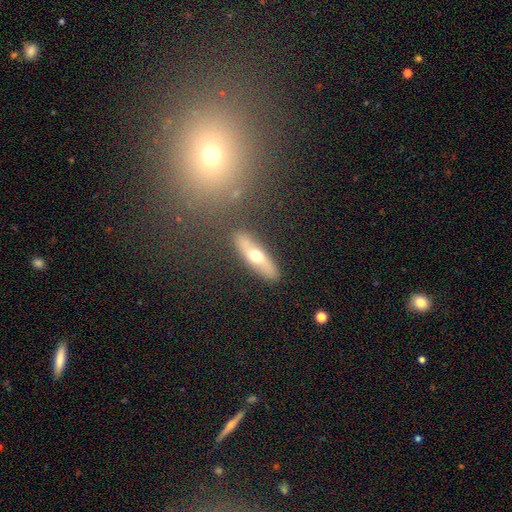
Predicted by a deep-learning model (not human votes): Smooth or featured? Predicted: smooth (p=0.51). How rounded? Predicted: cigar-shaped (p=0.58). Merging? Predicted: none (p=0.83).